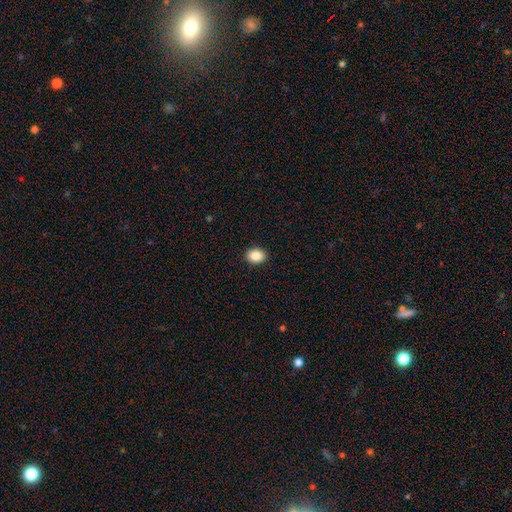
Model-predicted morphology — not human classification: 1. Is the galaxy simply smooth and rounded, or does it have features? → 88% smooth, 9% star or artifact, 4% featured or disk.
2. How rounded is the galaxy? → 57% in between, 42% round, 1% cigar-shaped.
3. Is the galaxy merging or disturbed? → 91% none, 6% minor disturbance, 2% major disturbance, 1% merger.